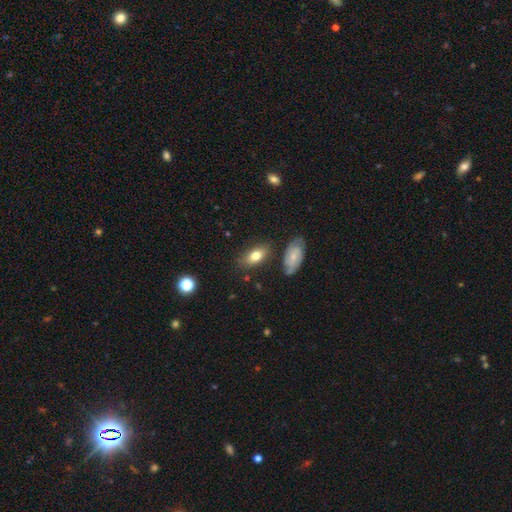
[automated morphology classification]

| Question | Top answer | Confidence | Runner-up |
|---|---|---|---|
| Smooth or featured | smooth | 72% | featured or disk (20%) |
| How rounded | in between | 87% | cigar-shaped (7%) |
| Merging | none | 75% | minor disturbance (16%) |